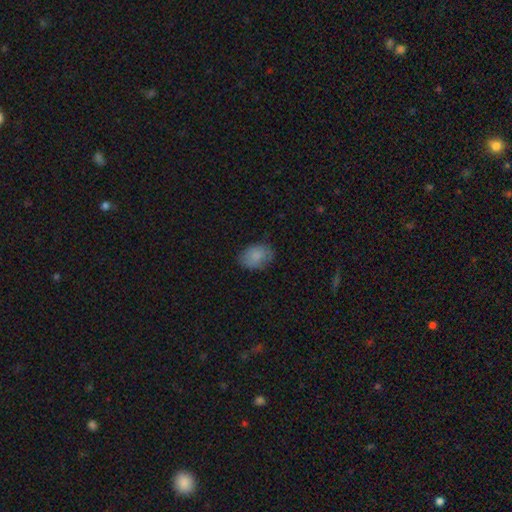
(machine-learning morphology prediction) Smooth or featured: smooth — 83% (featured or disk — 9%)
How rounded: in between — 76% (round — 23%)
Merging: none — 75% (minor disturbance — 19%)